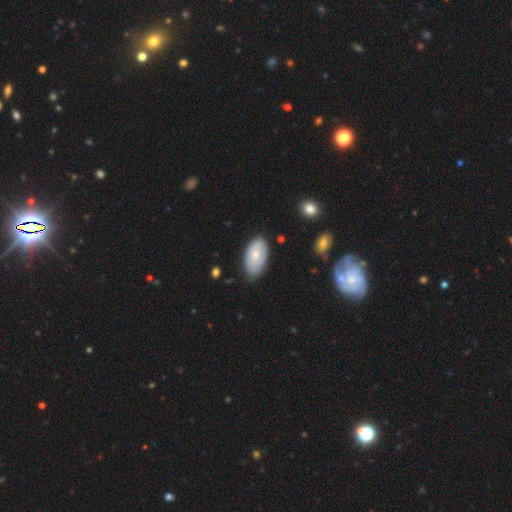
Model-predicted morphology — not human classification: This is likely a smooth galaxy (68%). How rounded: clearly in between (95%). Merging: likely none (66%).